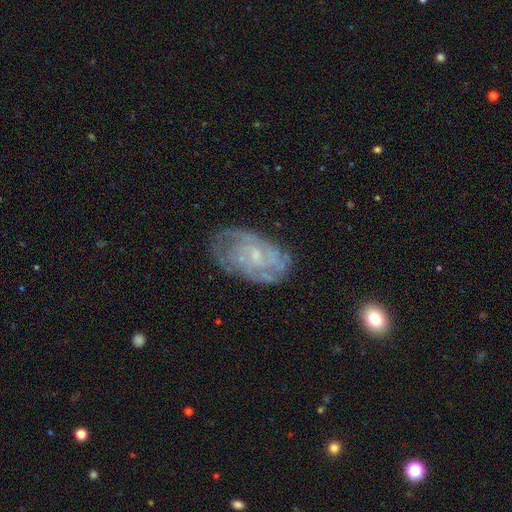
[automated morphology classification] Smooth or featured?
  - featured or disk: 78% *
  - smooth: 14%
  - star or artifact: 8%
Edge-on disk?
  - no: 96% *
  - yes: 4%
Bar?
  - no: 62% *
  - weak: 33%
  - strong: 5%
Spiral arms?
  - yes: 90% *
  - no: 10%
Spiral winding?
  - tight: 60% *
  - medium: 31%
  - loose: 9%
Spiral arm count?
  - can't tell: 41% *
  - 2: 19%
  - 3: 17%
  - 4: 12%
  - more than 4: 6%
  - 1: 5%
Bulge size?
  - small: 70% *
  - moderate: 19%
  - none: 9%
  - large: 1%
  - dominant: 1%
Merging?
  - none: 71% *
  - minor disturbance: 19%
  - major disturbance: 8%
  - merger: 2%